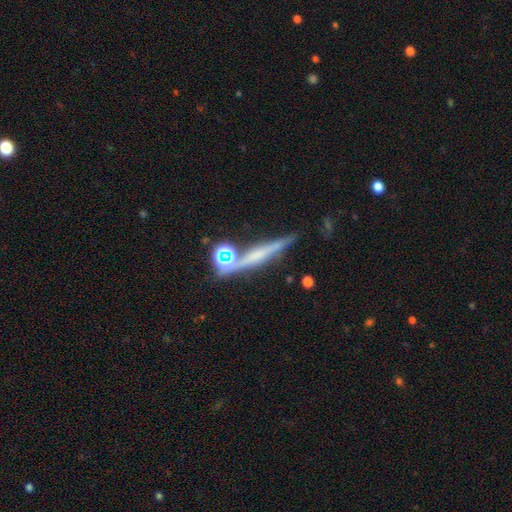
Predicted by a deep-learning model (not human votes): A featured or disk galaxy (50%) viewed edge-on (90%). Merging: none (66%).